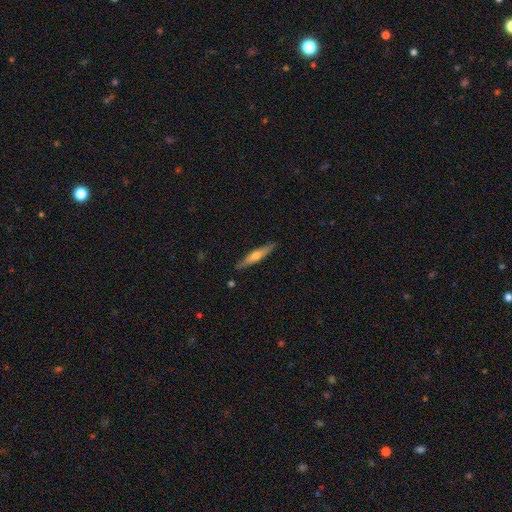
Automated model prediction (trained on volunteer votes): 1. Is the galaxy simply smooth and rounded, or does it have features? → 50% featured or disk, 44% smooth, 6% star or artifact.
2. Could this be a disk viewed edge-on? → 91% yes, 9% no.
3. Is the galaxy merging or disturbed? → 86% none, 10% minor disturbance, 2% major disturbance, 2% merger.